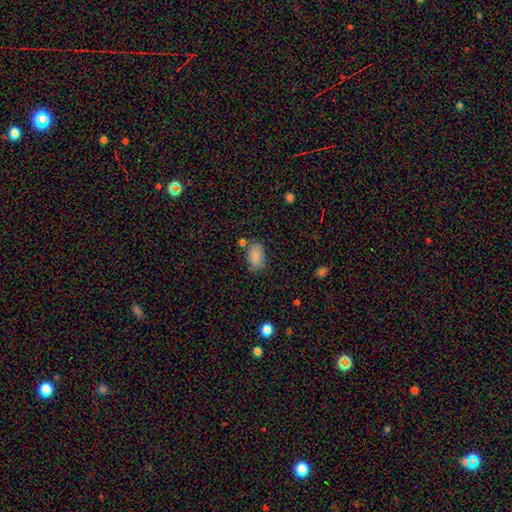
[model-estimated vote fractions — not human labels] Overall: smooth (84%). How rounded: in between (91%). Merging: none (67%).